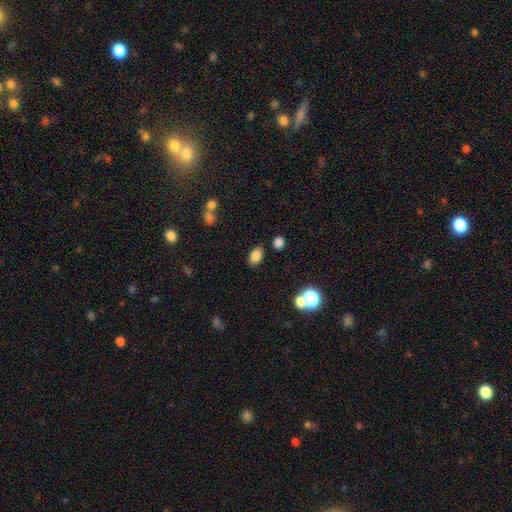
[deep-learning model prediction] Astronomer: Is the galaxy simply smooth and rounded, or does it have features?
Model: smooth — 82%.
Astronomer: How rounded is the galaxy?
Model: in between — 86%.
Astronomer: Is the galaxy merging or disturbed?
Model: none — 83%.